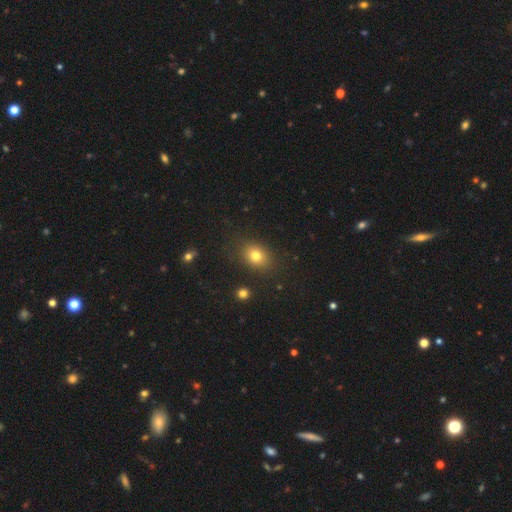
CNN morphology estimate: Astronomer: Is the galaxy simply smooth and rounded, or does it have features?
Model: smooth — 78%.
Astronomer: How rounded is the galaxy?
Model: in between — 53% (runner-up: round, 46%).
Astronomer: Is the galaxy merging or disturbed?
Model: none — 83%.